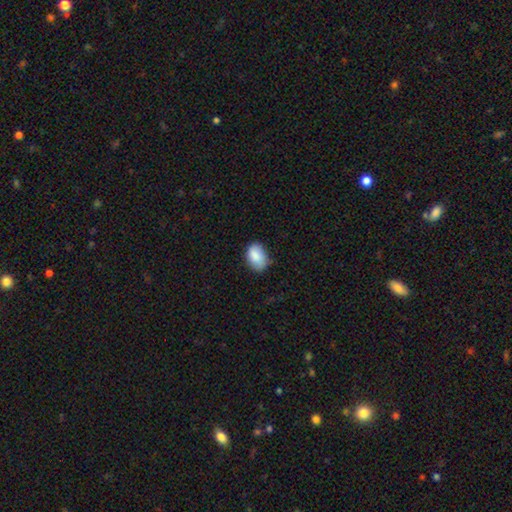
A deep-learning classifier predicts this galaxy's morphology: A smooth galaxy with no disk features (87%) that is in between round and cigar-shaped (86%). Merging: none (70%).